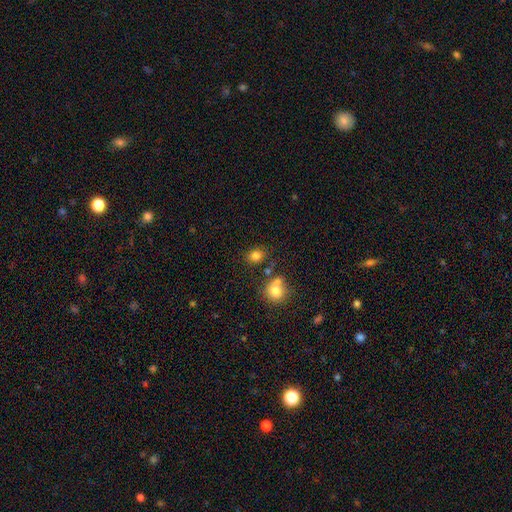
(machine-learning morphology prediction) type=smooth (81%); roundness=round (54%); merging=none (75%).